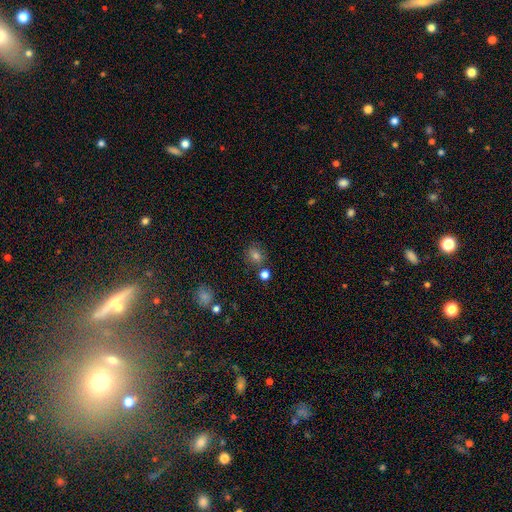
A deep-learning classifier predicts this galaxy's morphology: A smooth galaxy with no disk features (73%) that is round (70%). Merging: none (76%).